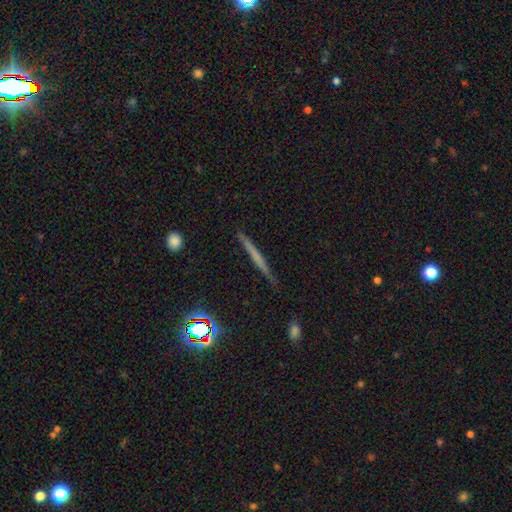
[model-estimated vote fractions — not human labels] Morphology: type=smooth (44%); merging=none (88%).